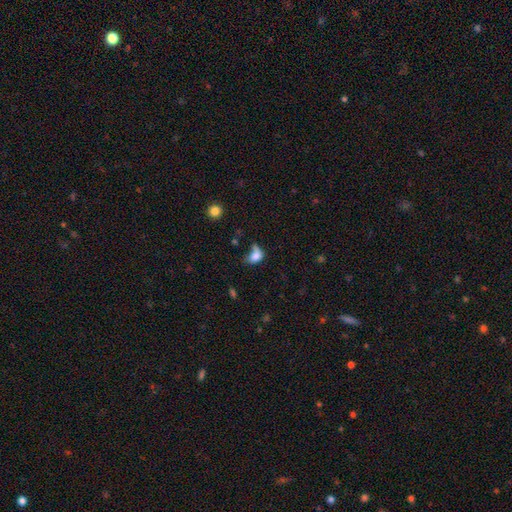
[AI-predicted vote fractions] Smooth or featured? smooth (74%)
How rounded? in between (74%)
Merging? major disturbance (31%)